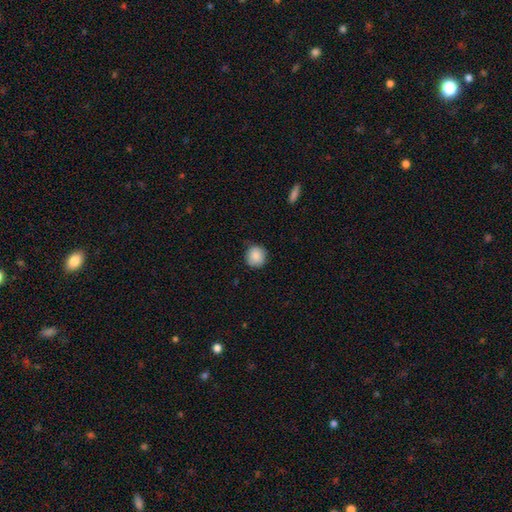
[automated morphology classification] smooth_or_featured: smooth (p=0.87) [alt: star or artifact p=0.08]
how_rounded: round (p=0.92) [alt: in between p=0.07]
merging: none (p=0.81) [alt: minor disturbance p=0.15]